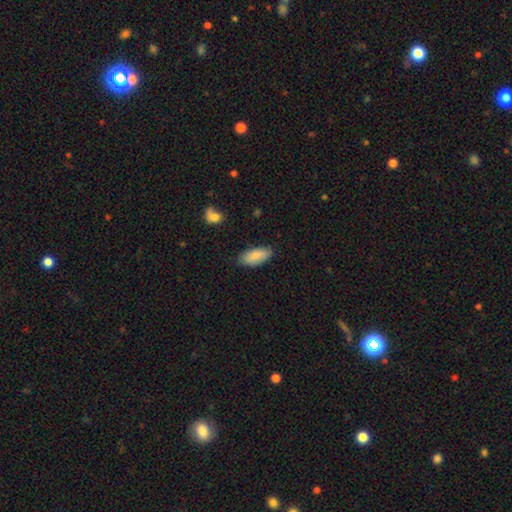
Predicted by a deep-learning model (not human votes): Morphology: type=smooth (87%); roundness=in between (87%); merging=none (83%).